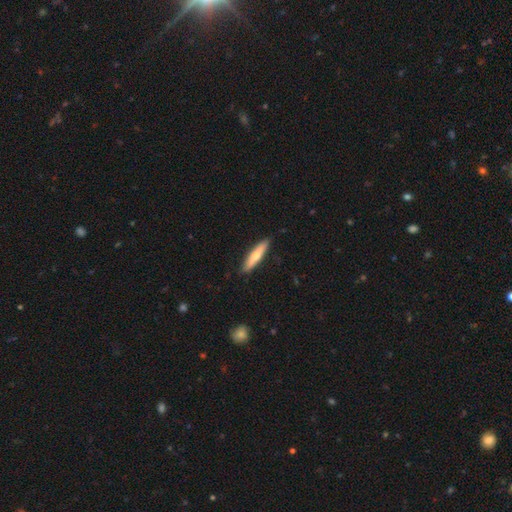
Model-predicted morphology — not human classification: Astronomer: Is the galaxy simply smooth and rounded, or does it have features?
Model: smooth — 59% (runner-up: featured or disk, 36%).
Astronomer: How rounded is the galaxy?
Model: cigar-shaped — 83%.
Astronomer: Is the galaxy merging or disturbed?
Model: none — 89%.